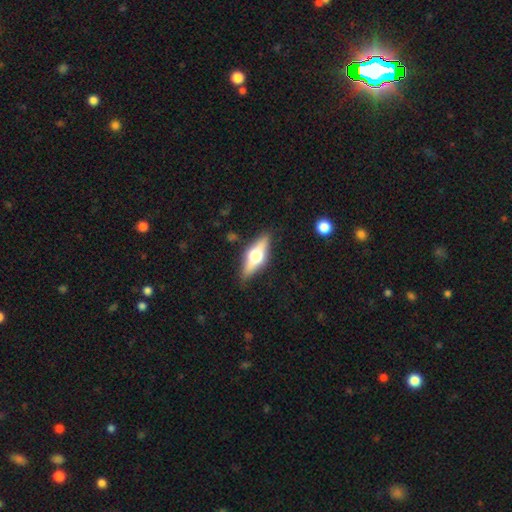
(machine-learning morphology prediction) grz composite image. It shows a featured or disk galaxy (59%) viewed edge-on (92%) with a rounded central bulge (95%). Merging: none (86%).